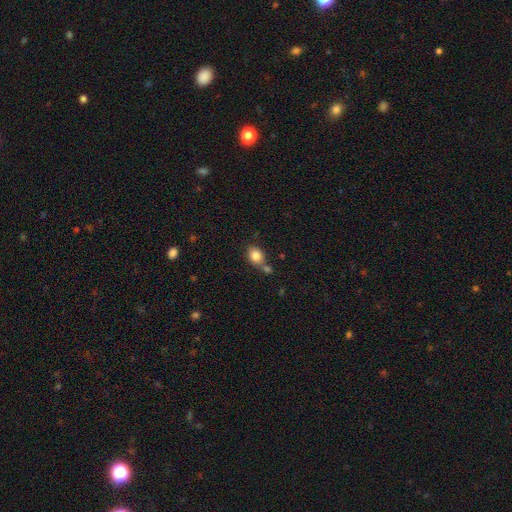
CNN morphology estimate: Smooth or featured? smooth (83%)
How rounded? in between (50%)
Merging? none (58%)